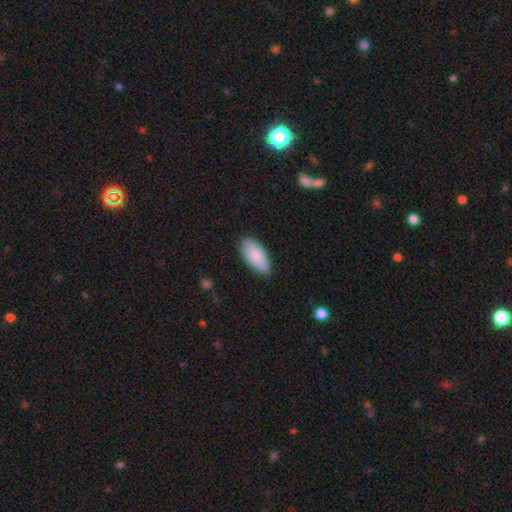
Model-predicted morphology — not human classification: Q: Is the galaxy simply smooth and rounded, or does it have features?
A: smooth — 87%.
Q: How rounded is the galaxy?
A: in between — 90%.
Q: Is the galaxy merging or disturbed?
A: none — 85%.